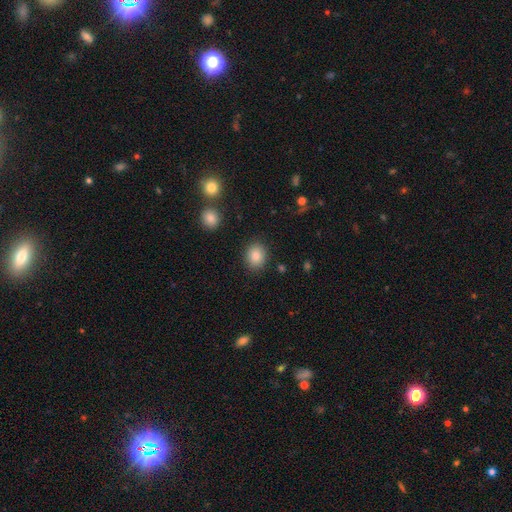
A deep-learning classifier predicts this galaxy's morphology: A smooth galaxy with no disk features (85%) that is round (59%). Merging: none (88%).